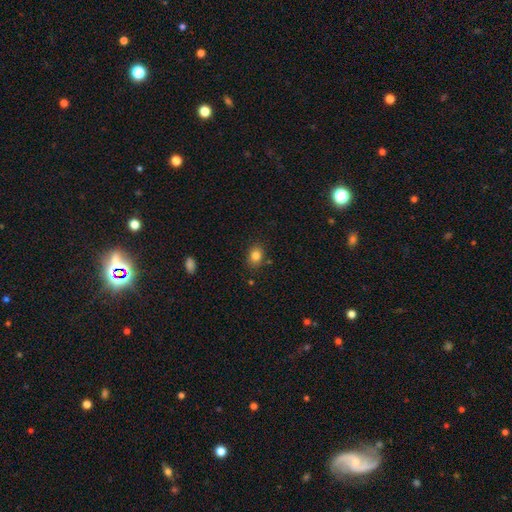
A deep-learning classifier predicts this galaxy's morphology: A smooth galaxy with no disk features (83%) that is in between round and cigar-shaped (52%). Merging: none (83%).